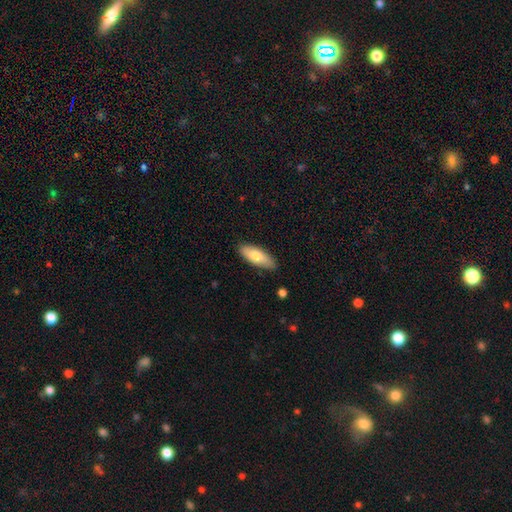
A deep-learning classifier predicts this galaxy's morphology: This is likely a smooth galaxy (75%). How rounded: likely in between (72%). Merging: clearly none (85%).